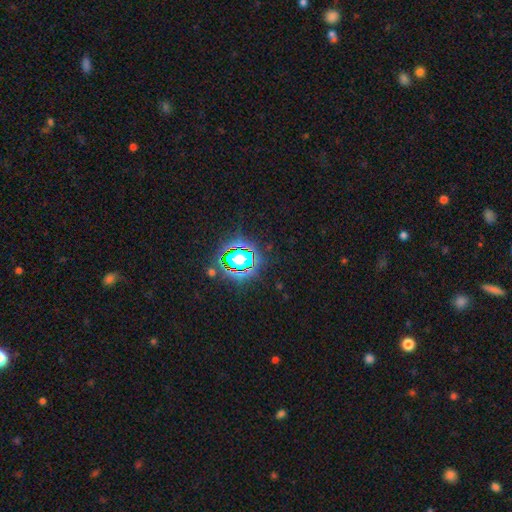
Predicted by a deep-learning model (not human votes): Smooth or featured?
  - star or artifact: 81% *
  - smooth: 12%
  - featured or disk: 7%